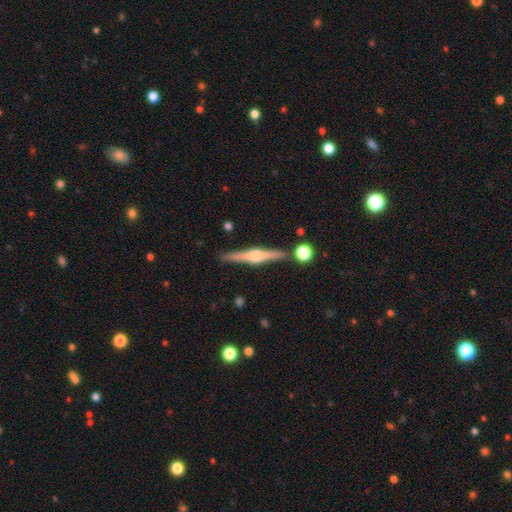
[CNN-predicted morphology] Smooth or featured? Predicted: featured or disk (p=0.78). Edge-on disk? Predicted: yes (p=0.98). Edge-on bulge? Predicted: rounded (p=0.87). Merging? Predicted: none (p=0.87).